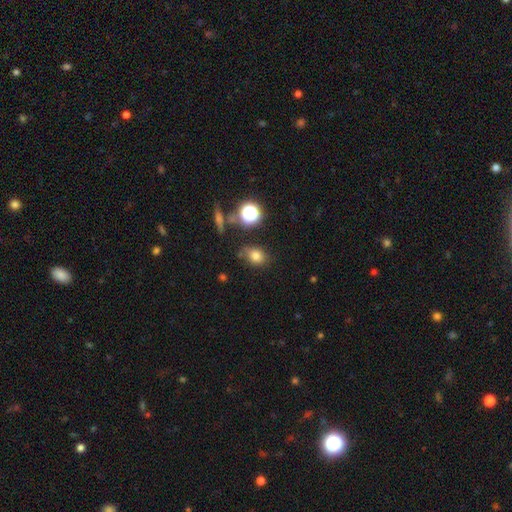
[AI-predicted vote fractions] Overall: smooth (76%). How rounded: in between (51%; round 47%). Merging: none (71%).